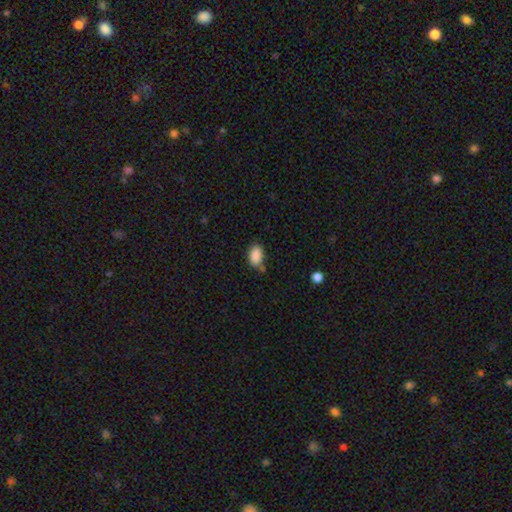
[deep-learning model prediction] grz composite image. It shows a smooth galaxy with no disk features (88%) that is in between round and cigar-shaped (90%). Merging: none (59%).